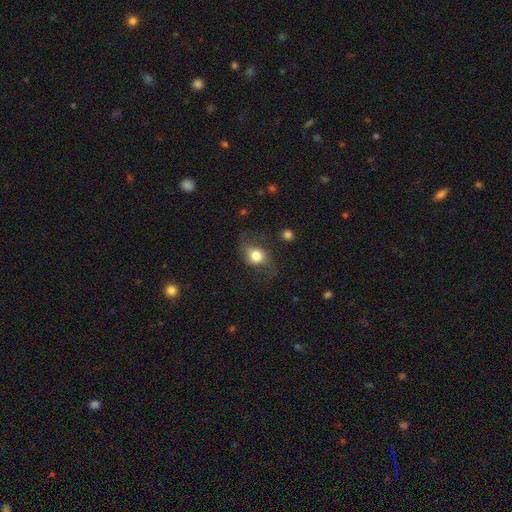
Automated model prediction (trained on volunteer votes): Q: Smooth or featured?
A: smooth (72%); runner-up: featured or disk (19%)
Q: How rounded?
A: round (51%); runner-up: in between (48%)
Q: Merging?
A: none (56%); runner-up: minor disturbance (25%)